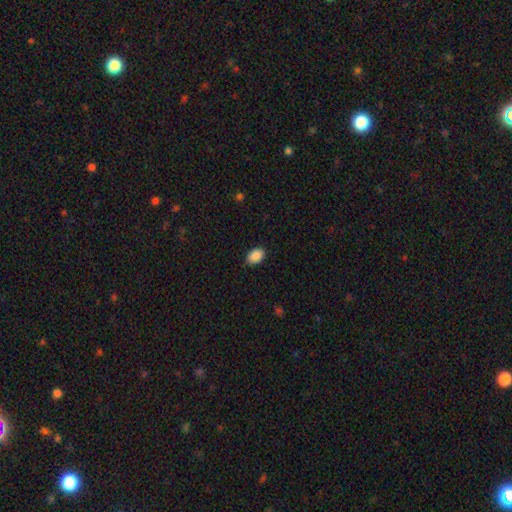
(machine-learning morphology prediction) Overall: smooth (88%). How rounded: in between (81%). Merging: none (87%).